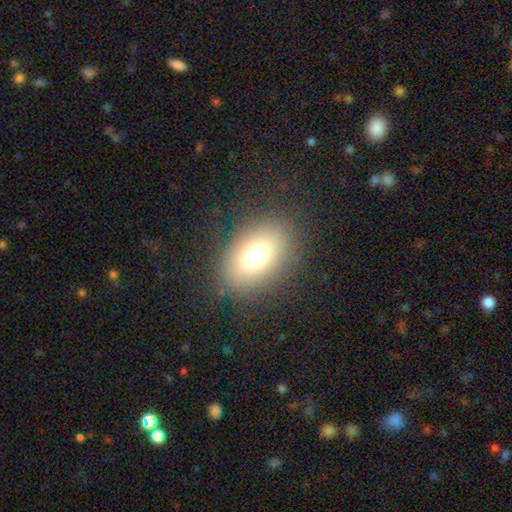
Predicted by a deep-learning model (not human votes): The model was most divided on "smooth or featured": smooth: 74%, featured or disk: 14%, star or artifact: 13%. More confident: merging — none (84%); how rounded — in between (80%).